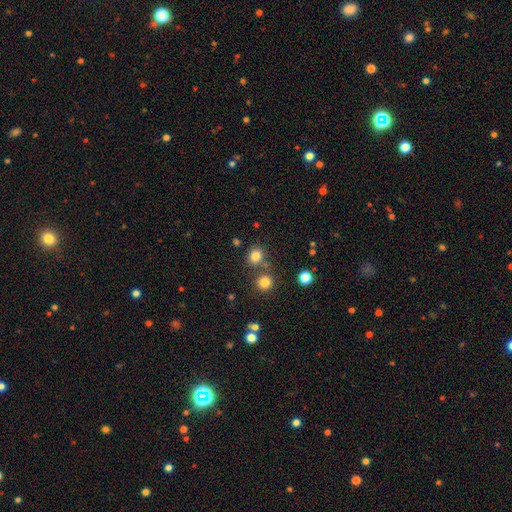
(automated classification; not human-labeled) Q: Smooth or featured?
A: smooth (79%); runner-up: star or artifact (15%)
Q: How rounded?
A: round (78%); runner-up: in between (21%)
Q: Merging?
A: none (70%); runner-up: merger (17%)